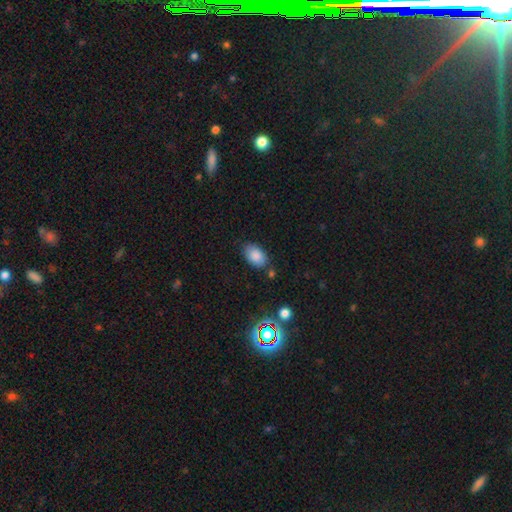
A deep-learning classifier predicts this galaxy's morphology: A smooth galaxy with no disk features (85%) that is in between round and cigar-shaped (90%). Merging: none (77%).